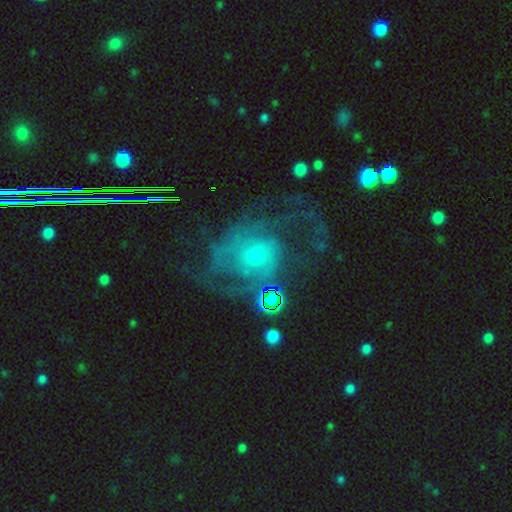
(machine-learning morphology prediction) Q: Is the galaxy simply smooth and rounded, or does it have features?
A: featured or disk — 76%.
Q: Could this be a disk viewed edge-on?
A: no — 97%.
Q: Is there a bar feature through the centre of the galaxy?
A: no — 72%.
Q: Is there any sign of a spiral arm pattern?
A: yes — 86%.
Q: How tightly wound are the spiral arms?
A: medium — 43%.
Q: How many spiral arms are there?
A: can't tell — 31%.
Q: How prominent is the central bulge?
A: small — 65%.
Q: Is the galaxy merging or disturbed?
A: none — 47%.